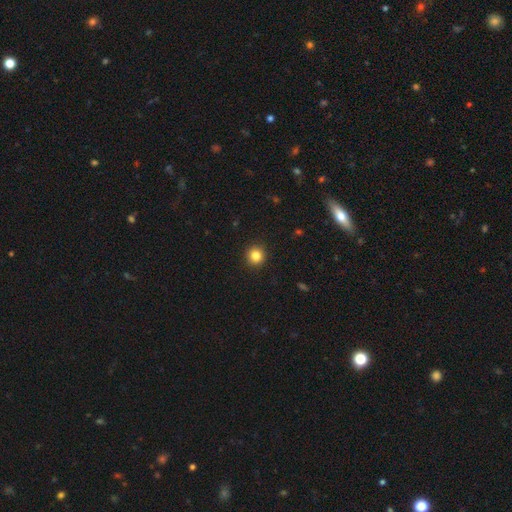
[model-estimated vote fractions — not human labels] smooth 83%, star or artifact 11%, featured or disk 5%. Down the decision tree: how rounded — round (94%); merging — none (93%).